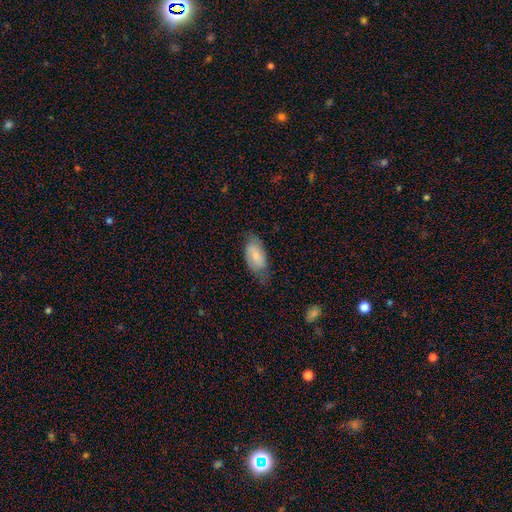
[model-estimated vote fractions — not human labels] smooth-or-featured: smooth: 71% | featured or disk: 23% | star or artifact: 7%
  how-rounded: in between: 93% | cigar-shaped: 4% | round: 3%
  merging: none: 58% | minor disturbance: 30% | major disturbance: 10% | merger: 1%